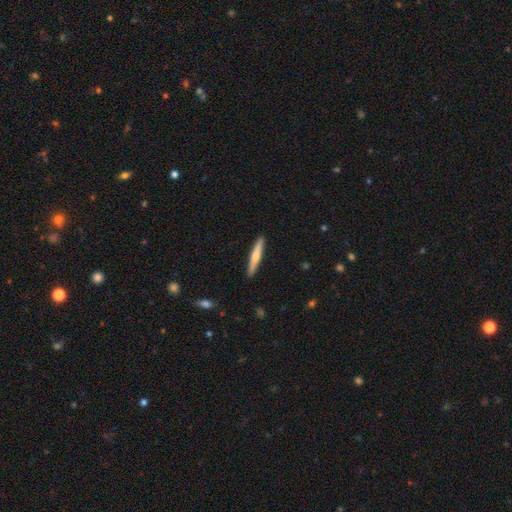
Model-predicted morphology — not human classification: The model was most divided on "smooth or featured": smooth: 52%, featured or disk: 43%, star or artifact: 5%. More confident: how rounded — cigar-shaped (94%); merging — none (91%).